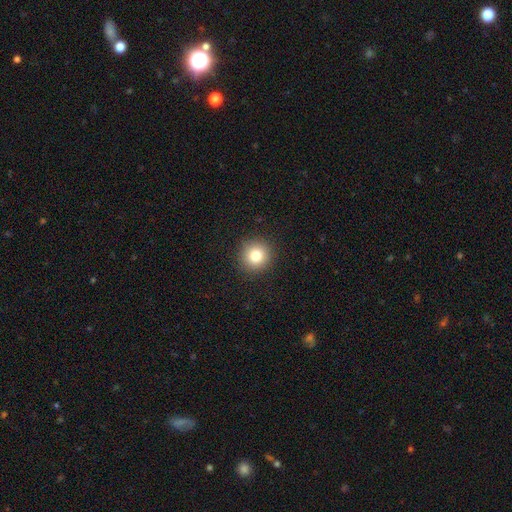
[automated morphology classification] Smooth or featured? Predicted: smooth (p=0.79). How rounded? Predicted: round (p=0.94). Merging? Predicted: none (p=0.92).